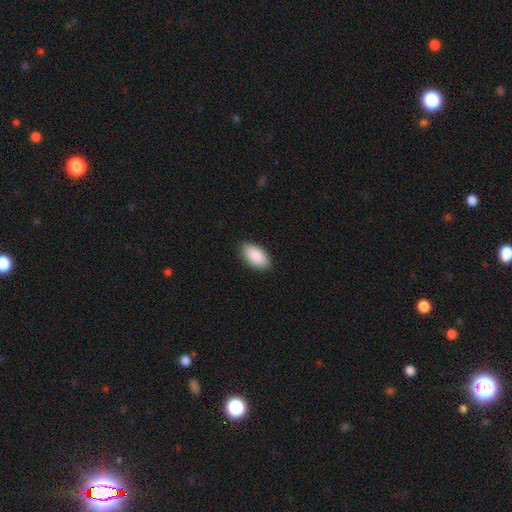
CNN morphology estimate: smooth 91%, star or artifact 6%, featured or disk 3%. Down the decision tree: how rounded — in between (95%); merging — none (89%).